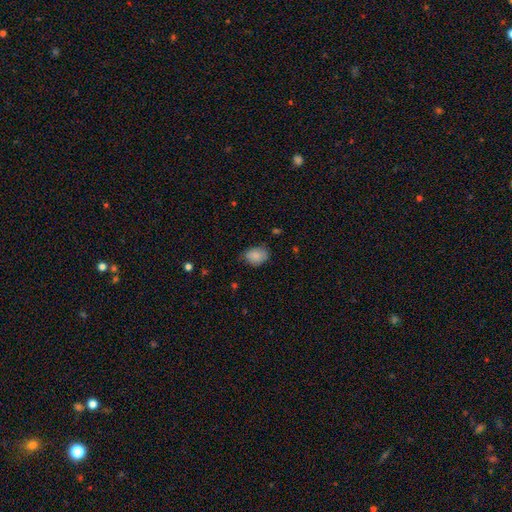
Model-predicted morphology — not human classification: Q: Smooth or featured?
A: smooth (86%); runner-up: star or artifact (8%)
Q: How rounded?
A: in between (72%); runner-up: round (27%)
Q: Merging?
A: none (68%); runner-up: minor disturbance (26%)